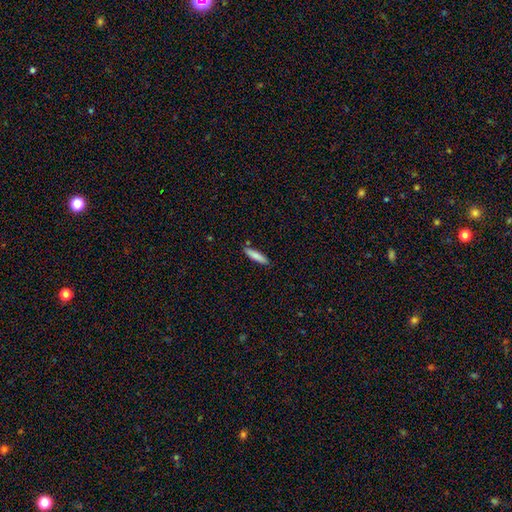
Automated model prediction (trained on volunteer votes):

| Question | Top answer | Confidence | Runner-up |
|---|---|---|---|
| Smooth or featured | smooth | 83% | featured or disk (11%) |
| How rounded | cigar-shaped | 81% | in between (17%) |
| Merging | none | 86% | minor disturbance (10%) |